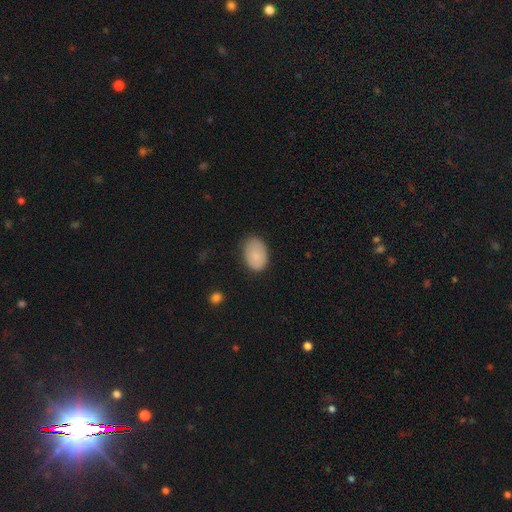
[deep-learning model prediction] Q: Smooth or featured?
A: smooth (85%); runner-up: featured or disk (9%)
Q: How rounded?
A: in between (85%); runner-up: round (14%)
Q: Merging?
A: none (77%); runner-up: minor disturbance (18%)